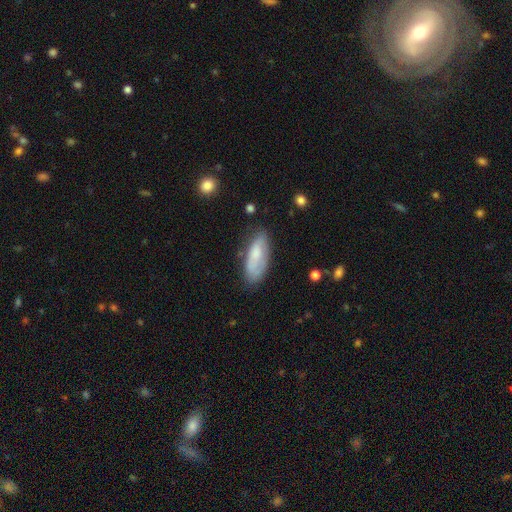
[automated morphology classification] A smooth galaxy with no disk features (67%) that is in between round and cigar-shaped (77%).

Vote fractions:
- Smooth or featured? smooth: 67% / featured or disk: 26% / star or artifact: 7%
- How rounded? in between: 77% / cigar-shaped: 21% / round: 2%
- Merging? none: 62% / minor disturbance: 27% / major disturbance: 8% / merger: 3%